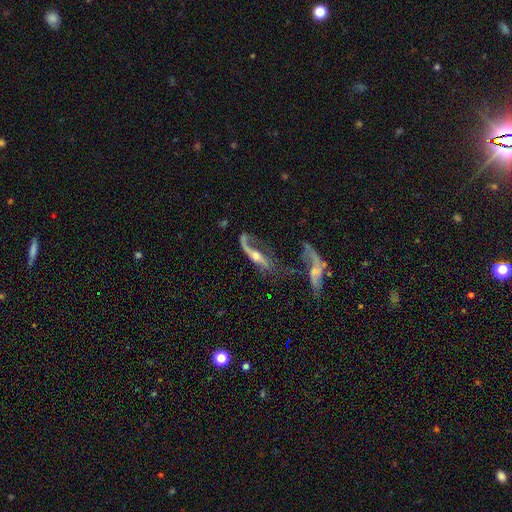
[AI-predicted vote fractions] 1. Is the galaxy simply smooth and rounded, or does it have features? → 76% featured or disk, 15% smooth, 9% star or artifact.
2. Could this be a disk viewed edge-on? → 66% no, 34% yes.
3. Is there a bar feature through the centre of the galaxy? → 58% no, 25% weak, 17% strong.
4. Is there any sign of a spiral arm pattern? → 77% yes, 23% no.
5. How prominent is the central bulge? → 51% moderate, 36% small, 5% large, 5% none, 2% dominant.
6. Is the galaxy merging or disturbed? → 31% major disturbance, 28% merger, 26% none, 15% minor disturbance.